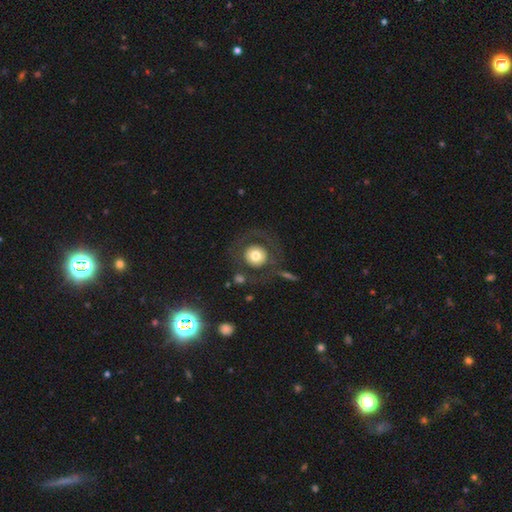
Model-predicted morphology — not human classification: type=smooth (62%); roundness=round (92%); merging=none (69%).